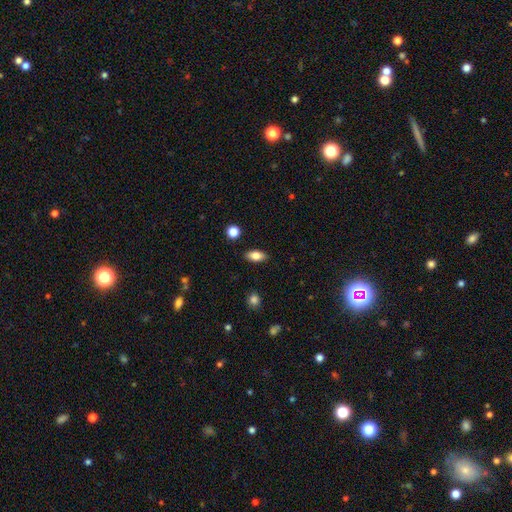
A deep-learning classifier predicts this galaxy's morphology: Smooth or featured? Predicted: smooth (p=0.79). How rounded? Predicted: in between (p=0.87). Merging? Predicted: none (p=0.88).